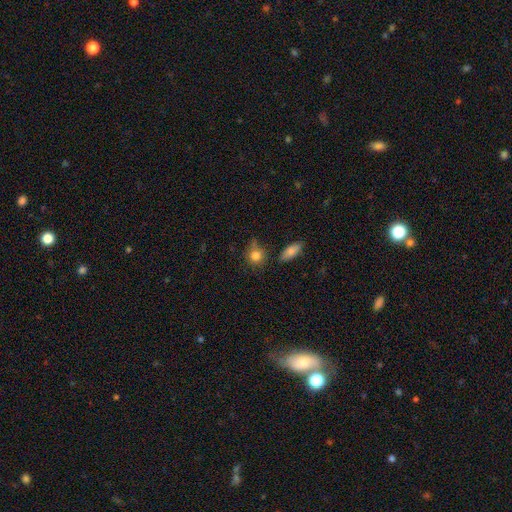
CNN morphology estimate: smooth_or_featured: smooth (p=0.82) [alt: star or artifact p=0.10]
how_rounded: round (p=0.76) [alt: in between p=0.22]
merging: none (p=0.66) [alt: minor disturbance p=0.21]